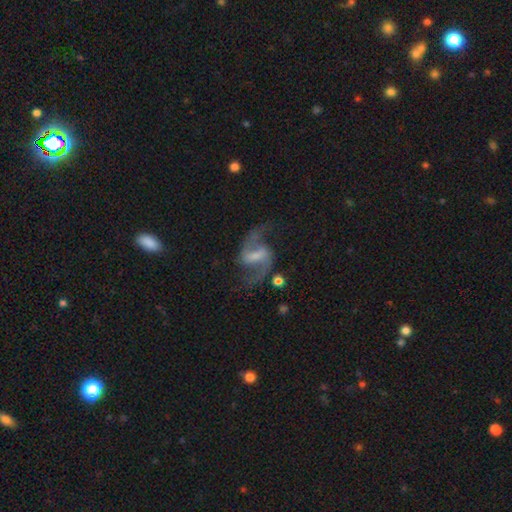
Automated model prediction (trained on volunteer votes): Morphology: type=featured or disk (90%); edge-on=no (98%); bar=weak (46%); spiral arms=yes (97%); winding=loose (50%); arm count=2 (94%); bulge=small (43%); merging=none (77%).